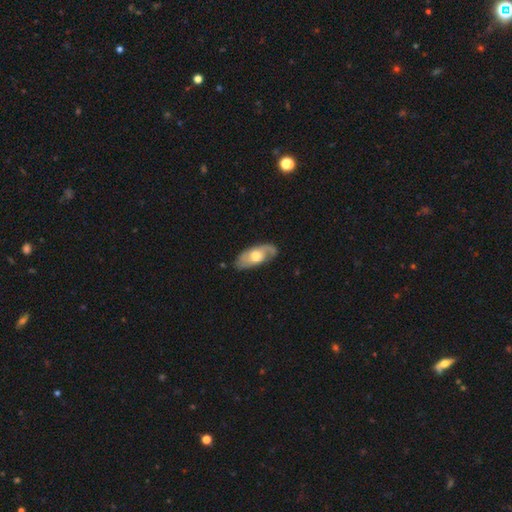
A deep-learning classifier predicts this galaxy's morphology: Smooth or featured? featured or disk (61%)
Edge-on disk? no (86%)
Bar? no (74%)
Spiral arms? yes (79%)
Bulge size? moderate (68%)
Merging? none (70%)